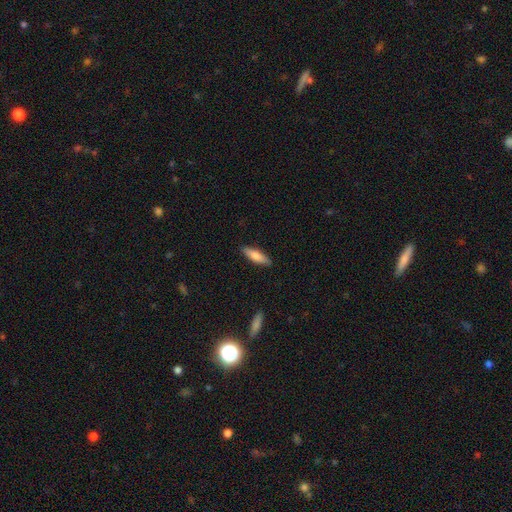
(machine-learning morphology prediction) smooth_or_featured: smooth (p=0.77) [alt: featured or disk p=0.17]
how_rounded: cigar-shaped (p=0.61) [alt: in between p=0.37]
merging: none (p=0.89) [alt: minor disturbance p=0.09]